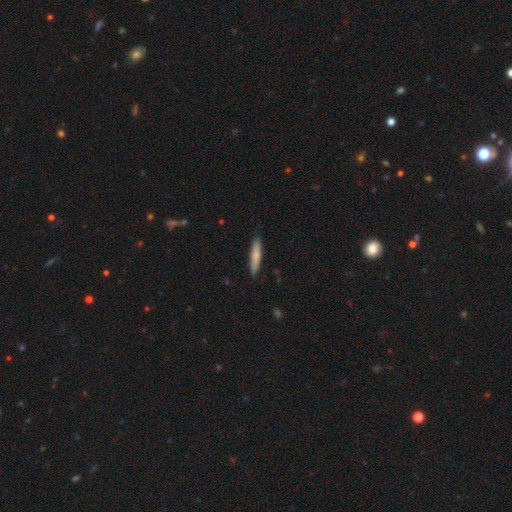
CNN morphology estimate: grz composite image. It shows a smooth galaxy with no disk features (77%) that is cigar-shaped (87%). Merging: none (88%).